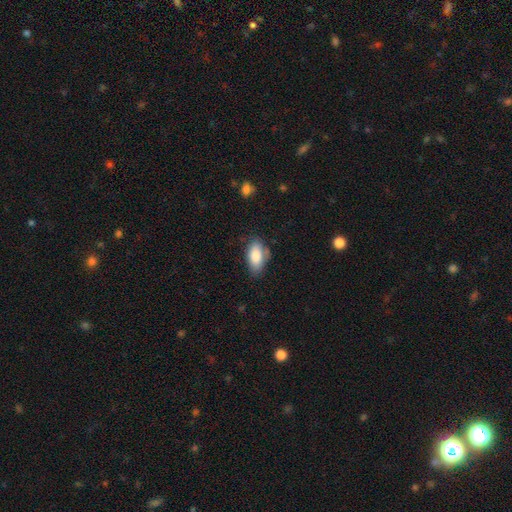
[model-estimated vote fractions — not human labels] smooth 83%, featured or disk 10%, star or artifact 7%. Down the decision tree: how rounded — in between (92%); merging — none (68%).